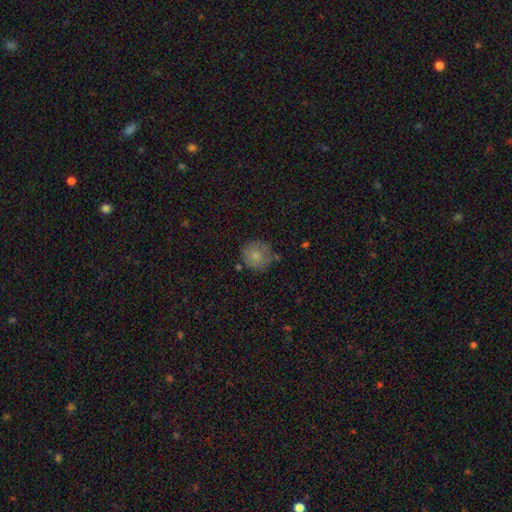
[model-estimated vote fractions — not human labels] smooth 78%, featured or disk 14%, star or artifact 8%. Down the decision tree: how rounded — round (90%); merging — none (69%).